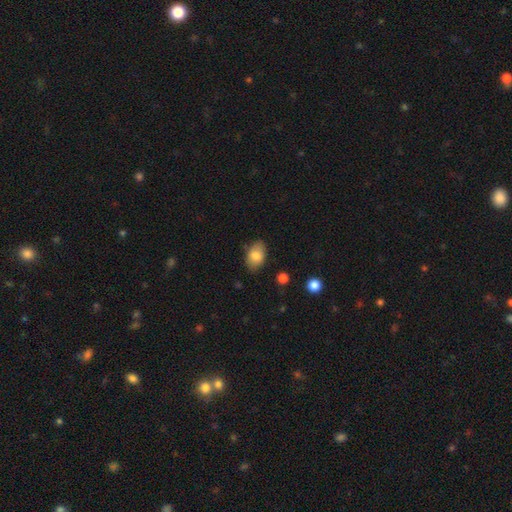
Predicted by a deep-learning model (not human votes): The model was most divided on "merging": none: 81%, minor disturbance: 15%, major disturbance: 3%, merger: 2%. More confident: how rounded — in between (88%); smooth or featured — smooth (81%).